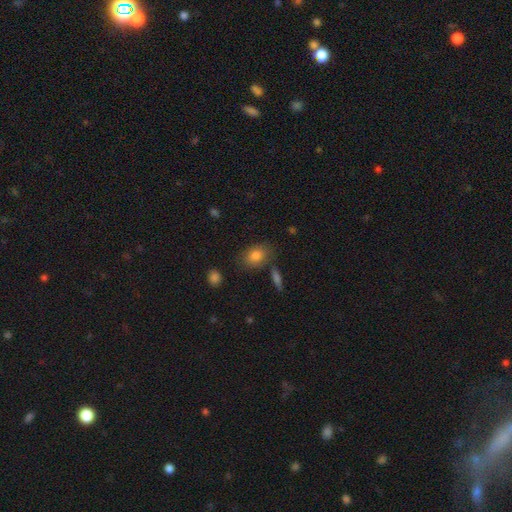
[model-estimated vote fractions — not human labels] Morphology: type=smooth (83%); roundness=in between (72%); merging=none (75%).